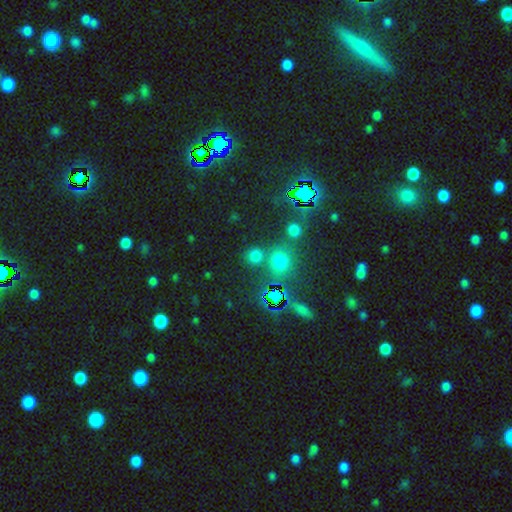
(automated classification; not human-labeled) Q: Smooth or featured?
A: smooth (61%); runner-up: star or artifact (32%)
Q: How rounded?
A: round (86%); runner-up: in between (13%)
Q: Merging?
A: none (72%); runner-up: merger (15%)